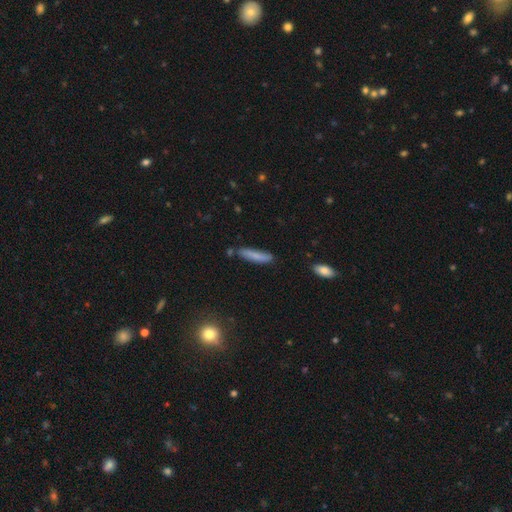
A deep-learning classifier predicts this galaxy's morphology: Overall: smooth (78%). How rounded: cigar-shaped (81%). Merging: none (75%).